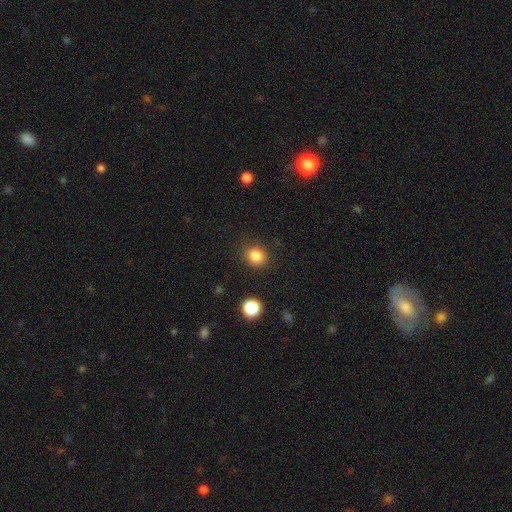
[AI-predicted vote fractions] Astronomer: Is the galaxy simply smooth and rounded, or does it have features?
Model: smooth — 84%.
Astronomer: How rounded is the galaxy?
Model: round — 70%.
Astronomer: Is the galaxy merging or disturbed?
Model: none — 87%.